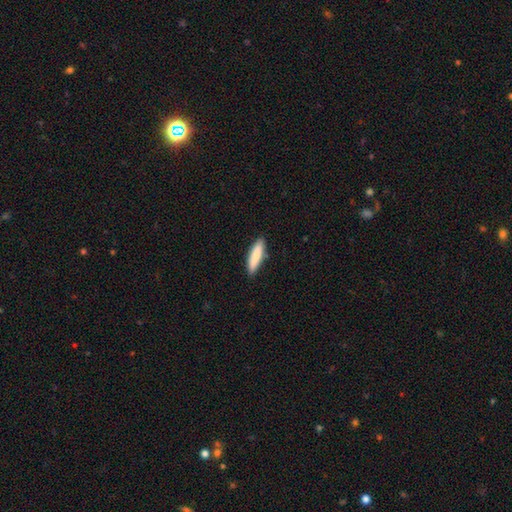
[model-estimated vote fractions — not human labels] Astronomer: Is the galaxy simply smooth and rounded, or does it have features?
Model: smooth — 85%.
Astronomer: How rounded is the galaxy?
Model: cigar-shaped — 71%.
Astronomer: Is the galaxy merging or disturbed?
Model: none — 87%.